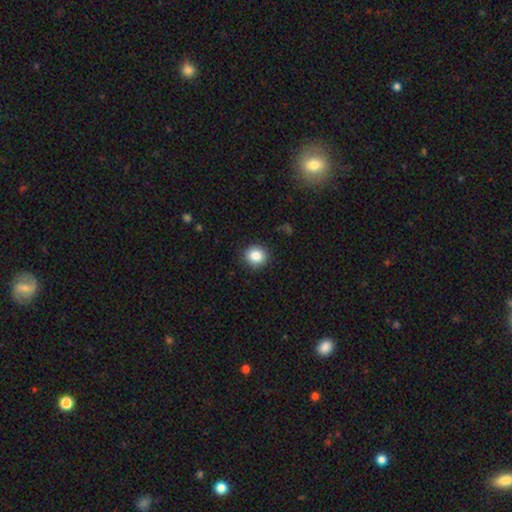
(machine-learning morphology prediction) Smooth or featured: smooth — 86% (star or artifact — 9%)
How rounded: round — 86% (in between — 13%)
Merging: none — 90% (minor disturbance — 7%)